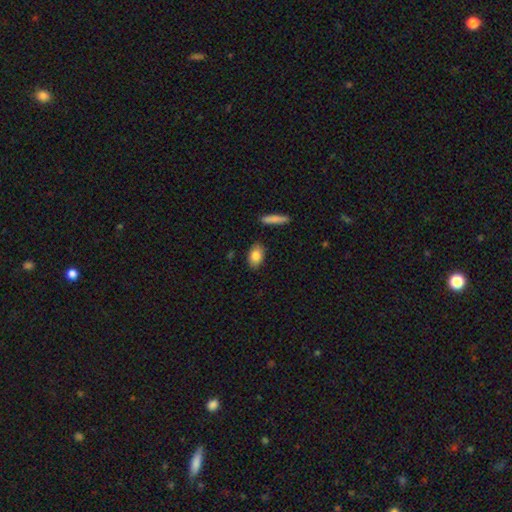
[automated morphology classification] A smooth galaxy with no disk features (83%) that is in between round and cigar-shaped (87%). Merging: none (85%).